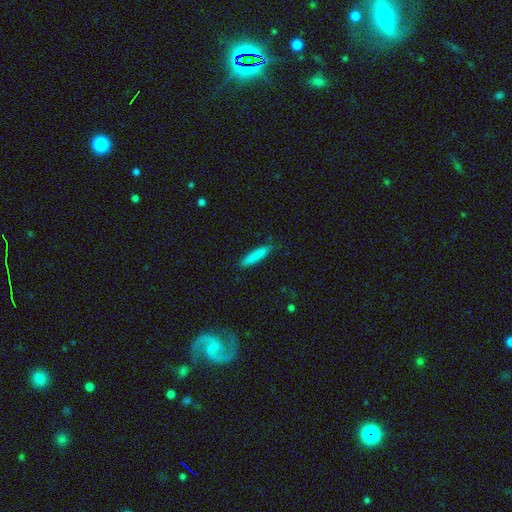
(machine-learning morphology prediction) Smooth or featured: smooth — 85% (featured or disk — 9%)
How rounded: cigar-shaped — 85% (in between — 13%)
Merging: none — 82% (minor disturbance — 14%)